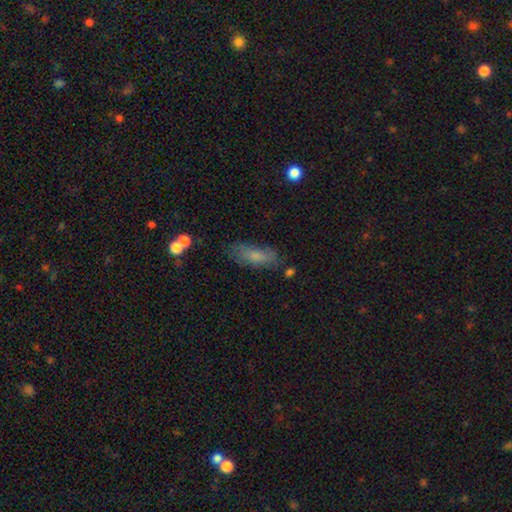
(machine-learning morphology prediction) Smooth or featured? smooth (71%)
How rounded? in between (61%)
Merging? none (63%)